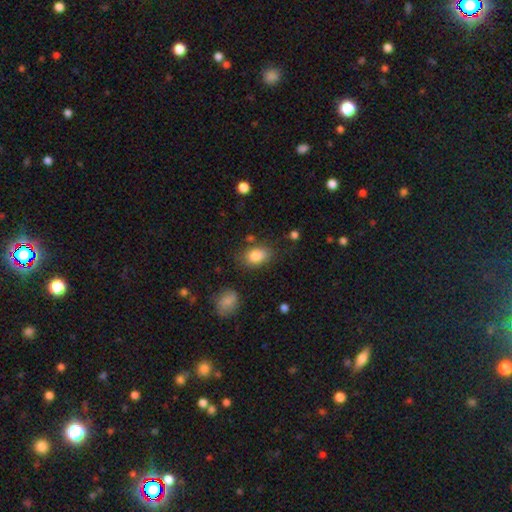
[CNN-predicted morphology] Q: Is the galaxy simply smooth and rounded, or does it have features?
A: smooth — 84%.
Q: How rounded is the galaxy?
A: in between — 81%.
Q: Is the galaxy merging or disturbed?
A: none — 74%.